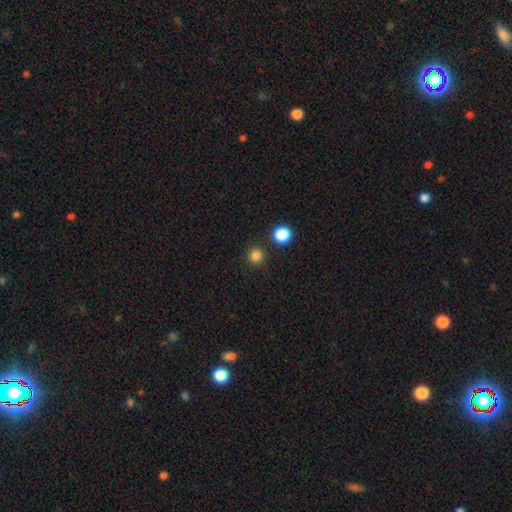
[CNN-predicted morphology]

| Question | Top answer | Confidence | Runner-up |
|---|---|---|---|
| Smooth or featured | smooth | 82% | star or artifact (15%) |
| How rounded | round | 95% | in between (4%) |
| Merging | none | 88% | minor disturbance (5%) |